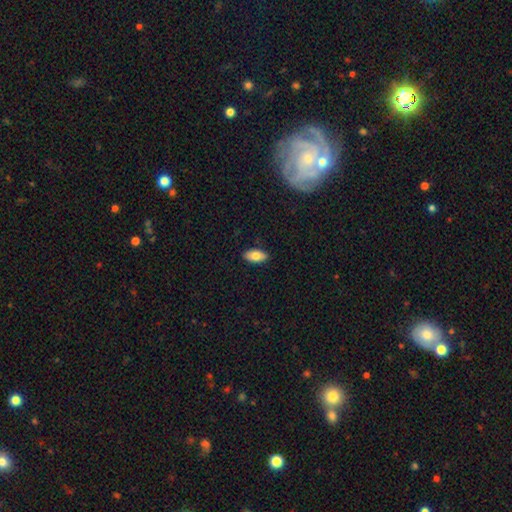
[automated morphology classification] Smooth or featured?
  - smooth: 78% *
  - featured or disk: 16%
  - star or artifact: 7%
How rounded?
  - in between: 92% *
  - cigar-shaped: 5%
  - round: 3%
Merging?
  - none: 88% *
  - minor disturbance: 9%
  - major disturbance: 2%
  - merger: 1%